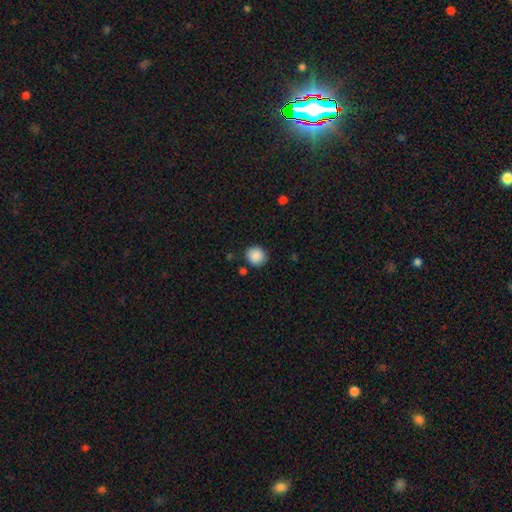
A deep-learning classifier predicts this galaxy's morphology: type=smooth (89%); roundness=round (86%); merging=none (85%).